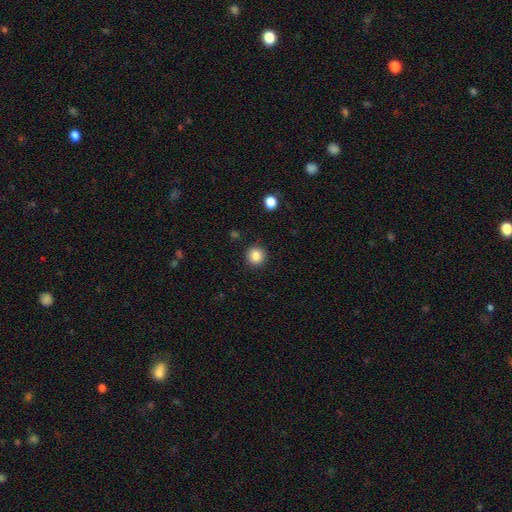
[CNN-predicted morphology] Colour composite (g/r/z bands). It shows a smooth galaxy with no disk features (85%) that is round (92%). Merging: none (90%).